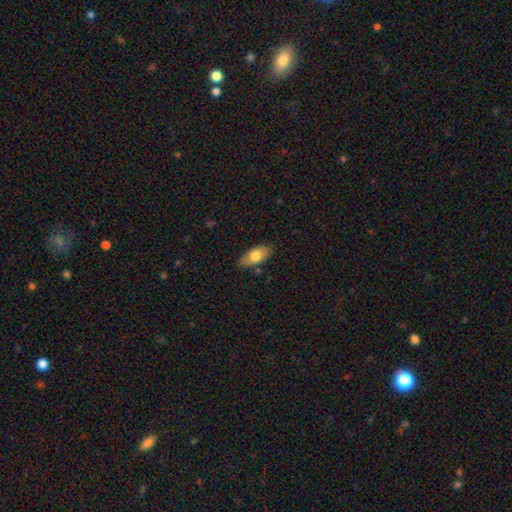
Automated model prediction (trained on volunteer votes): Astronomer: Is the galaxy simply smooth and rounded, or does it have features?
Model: smooth — 72%.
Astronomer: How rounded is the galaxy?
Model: in between — 90%.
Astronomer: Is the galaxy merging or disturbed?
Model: none — 81%.